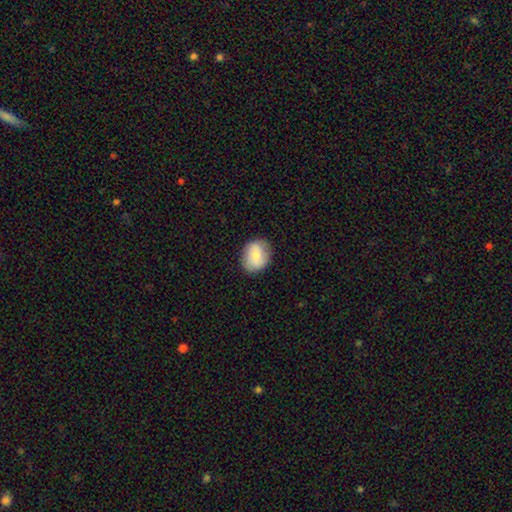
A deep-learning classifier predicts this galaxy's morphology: Smooth or featured?
  - smooth: 73% *
  - featured or disk: 20%
  - star or artifact: 7%
How rounded?
  - in between: 51% *
  - round: 48%
  - cigar-shaped: 1%
Merging?
  - none: 84% *
  - minor disturbance: 12%
  - major disturbance: 3%
  - merger: 1%